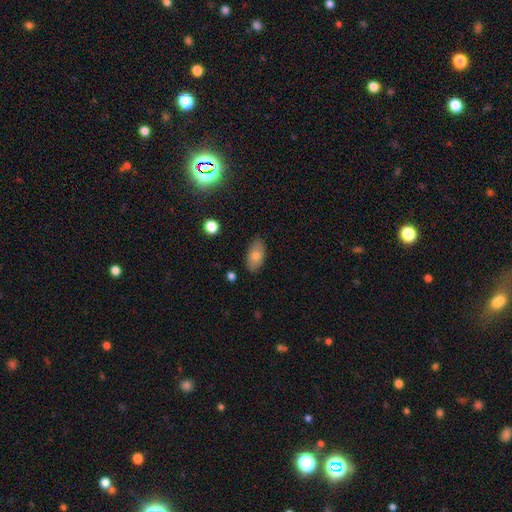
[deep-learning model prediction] smooth_or_featured: smooth (p=0.80) [alt: featured or disk p=0.12]
how_rounded: in between (p=0.93) [alt: round p=0.04]
merging: none (p=0.84) [alt: minor disturbance p=0.12]